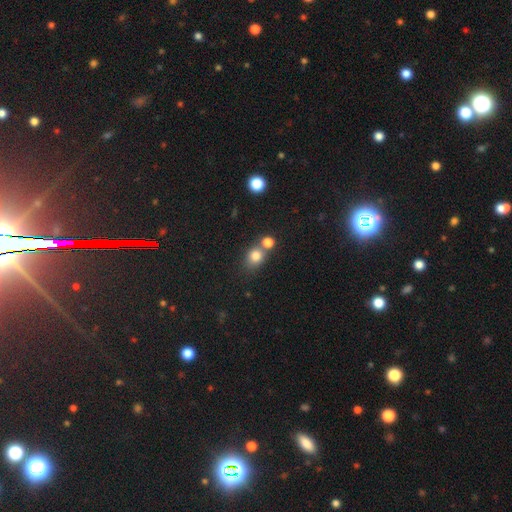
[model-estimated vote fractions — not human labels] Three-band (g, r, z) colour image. It shows a smooth galaxy with no disk features (80%) that is round (66%). Merging: none (49%).